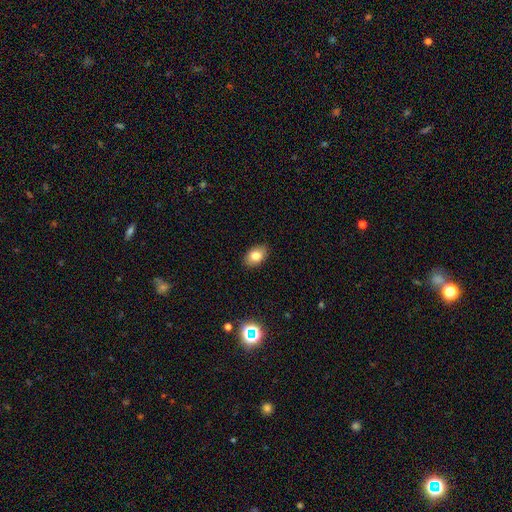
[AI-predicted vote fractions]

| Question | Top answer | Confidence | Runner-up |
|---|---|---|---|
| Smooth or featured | smooth | 80% | featured or disk (11%) |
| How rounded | in between | 83% | round (16%) |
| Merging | none | 88% | minor disturbance (9%) |